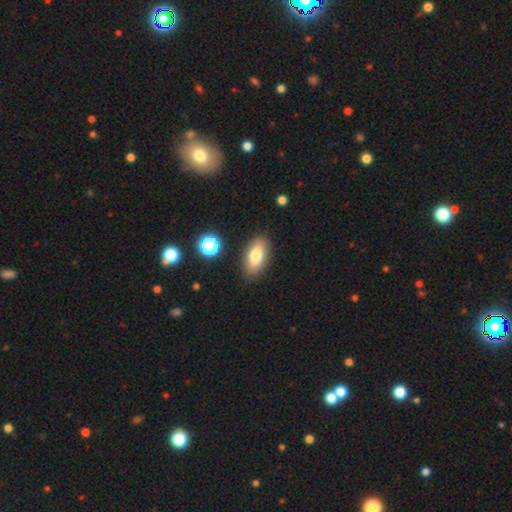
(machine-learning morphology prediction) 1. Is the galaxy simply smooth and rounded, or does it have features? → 76% smooth, 15% featured or disk, 8% star or artifact.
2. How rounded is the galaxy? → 86% in between, 9% cigar-shaped, 5% round.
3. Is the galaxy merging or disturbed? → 86% none, 9% minor disturbance, 3% major disturbance, 2% merger.